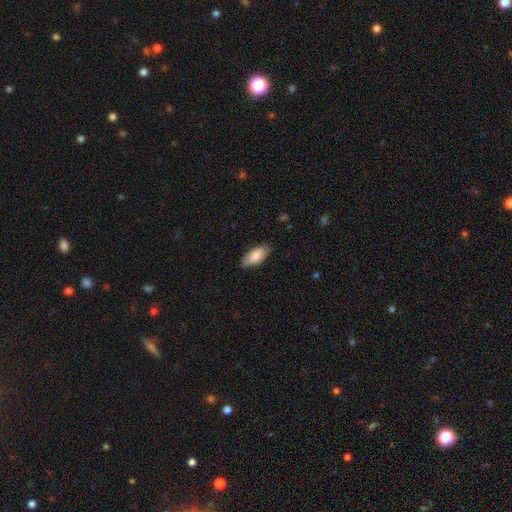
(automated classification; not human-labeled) smooth 81%, featured or disk 13%, star or artifact 6%. Down the decision tree: how rounded — in between (86%); merging — none (80%).